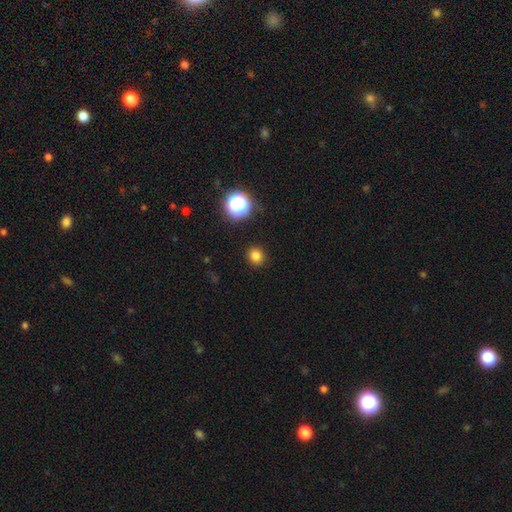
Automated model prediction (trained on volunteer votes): Smooth or featured: smooth — 80% (star or artifact — 16%)
How rounded: round — 86% (in between — 13%)
Merging: none — 91% (minor disturbance — 6%)